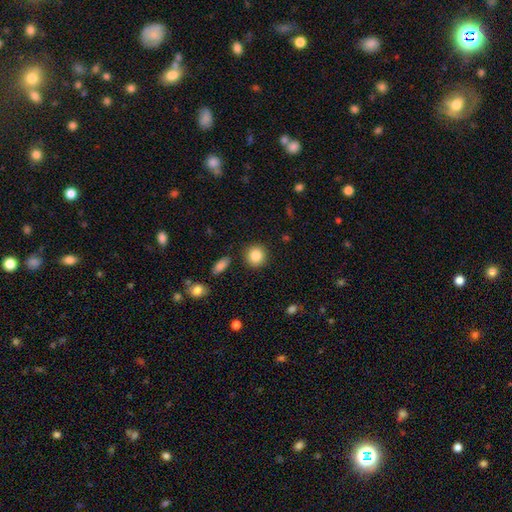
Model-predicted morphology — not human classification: The model was most divided on "smooth or featured": smooth: 86%, star or artifact: 8%, featured or disk: 6%. More confident: how rounded — round (90%); merging — none (89%).